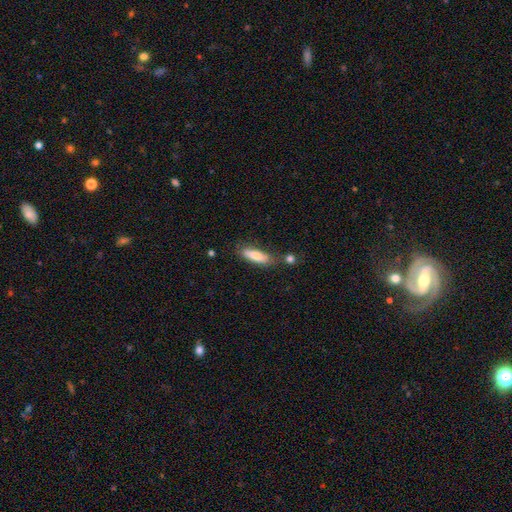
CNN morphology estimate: The model was most divided on "how rounded": cigar-shaped: 54%, in between: 44%, round: 2%. More confident: smooth or featured — smooth (80%); merging — none (65%).